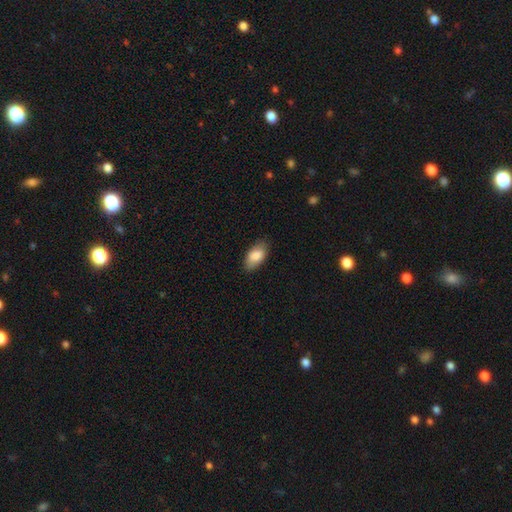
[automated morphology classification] smooth_or_featured: smooth (p=0.84) [alt: featured or disk p=0.09]
how_rounded: in between (p=0.93) [alt: cigar-shaped p=0.04]
merging: none (p=0.83) [alt: minor disturbance p=0.13]